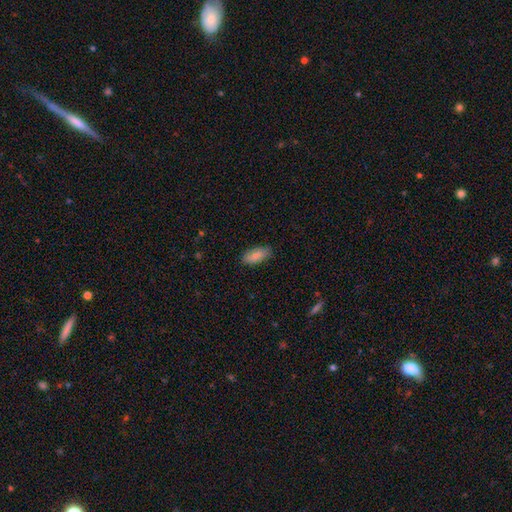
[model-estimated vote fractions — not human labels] This is clearly a smooth galaxy (87%). How rounded: clearly in between (86%). Merging: clearly none (84%).